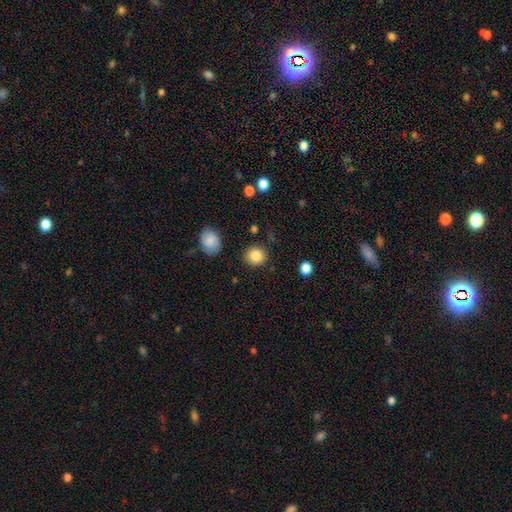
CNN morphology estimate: Overall: smooth (85%). How rounded: round (84%). Merging: none (87%).